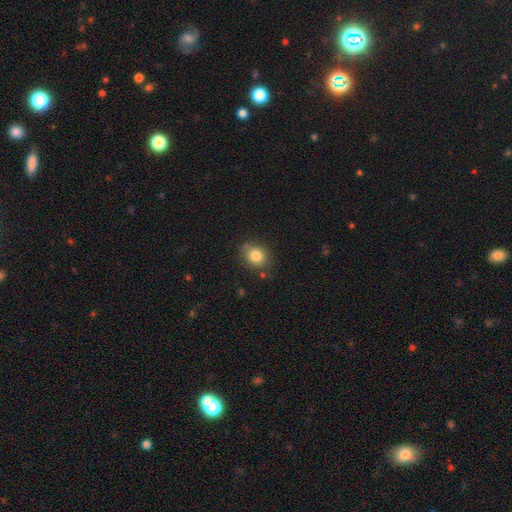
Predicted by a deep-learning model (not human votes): This is clearly a smooth galaxy (83%). How rounded: likely round (60%). Merging: likely none (78%).